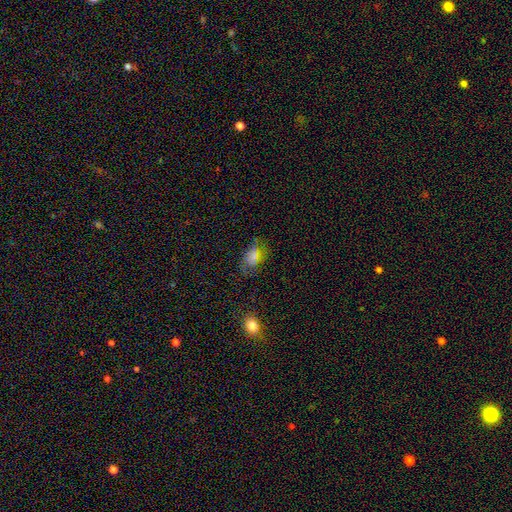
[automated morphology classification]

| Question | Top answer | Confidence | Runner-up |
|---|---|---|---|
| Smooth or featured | smooth | 46% | featured or disk (32%) |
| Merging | none | 65% | minor disturbance (22%) |